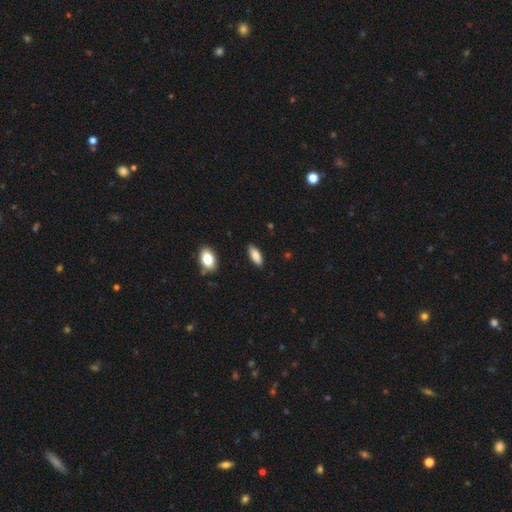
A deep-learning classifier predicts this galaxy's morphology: The model was most divided on "how rounded": in between: 76%, cigar-shaped: 21%, round: 2%. More confident: merging — none (87%); smooth or featured — smooth (84%).